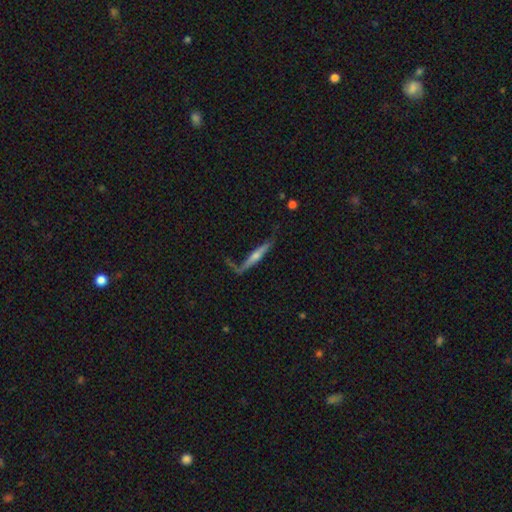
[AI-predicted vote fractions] Smooth or featured: featured or disk — 62% (smooth — 32%)
Edge-on disk: yes — 91% (no — 9%)
Edge-on bulge: rounded — 76% (none — 17%)
Merging: none — 57% (minor disturbance — 22%)